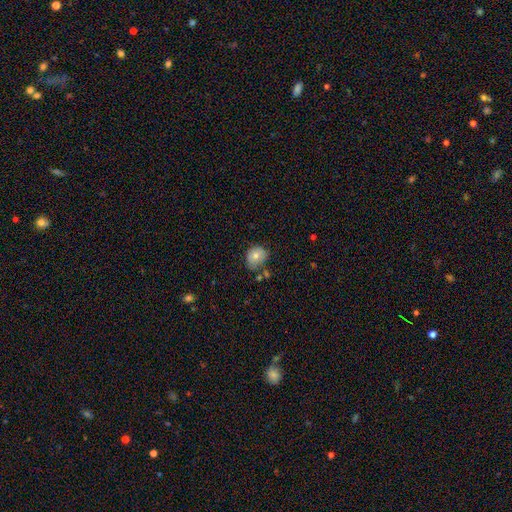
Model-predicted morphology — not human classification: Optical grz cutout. It shows a smooth galaxy with no disk features (70%) that is round (69%). Merging: none (66%).